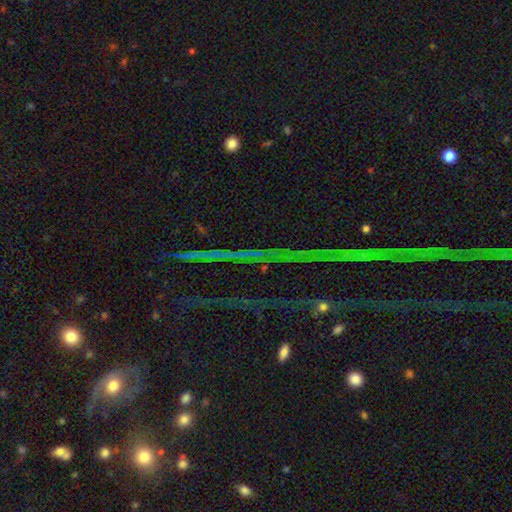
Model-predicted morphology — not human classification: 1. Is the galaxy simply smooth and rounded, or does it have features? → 83% star or artifact, 9% smooth, 8% featured or disk.